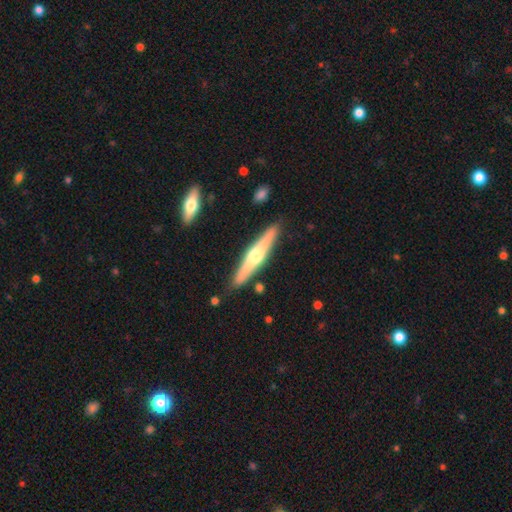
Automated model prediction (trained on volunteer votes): Smooth or featured?
  - featured or disk: 62% *
  - smooth: 33%
  - star or artifact: 5%
Edge-on disk?
  - yes: 96% *
  - no: 4%
Edge-on bulge?
  - rounded: 90% *
  - none: 6%
  - boxy: 4%
Merging?
  - none: 87% *
  - minor disturbance: 8%
  - merger: 2%
  - major disturbance: 2%